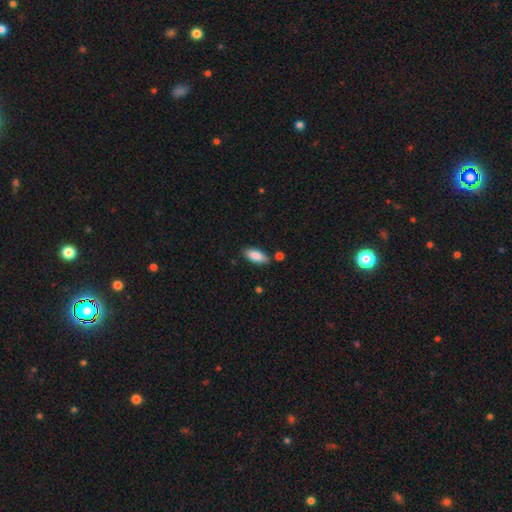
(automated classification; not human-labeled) Smooth or featured: smooth — 87% (featured or disk — 7%)
How rounded: in between — 85% (cigar-shaped — 13%)
Merging: none — 79% (minor disturbance — 13%)